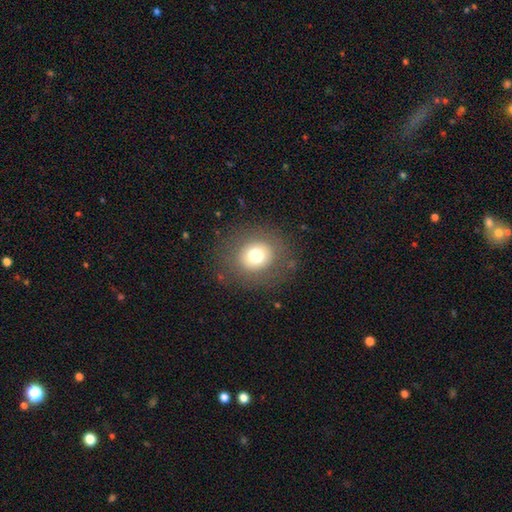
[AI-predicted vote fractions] Morphology: type=smooth (71%); roundness=round (85%); merging=none (84%).